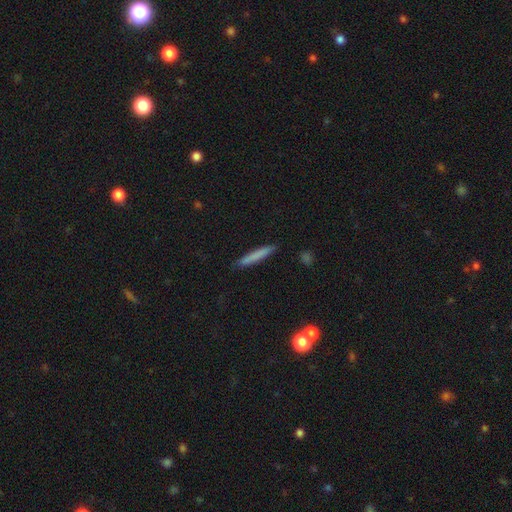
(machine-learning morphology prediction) Smooth or featured: smooth — 77% (featured or disk — 17%)
How rounded: cigar-shaped — 95% (in between — 4%)
Merging: none — 89% (minor disturbance — 8%)